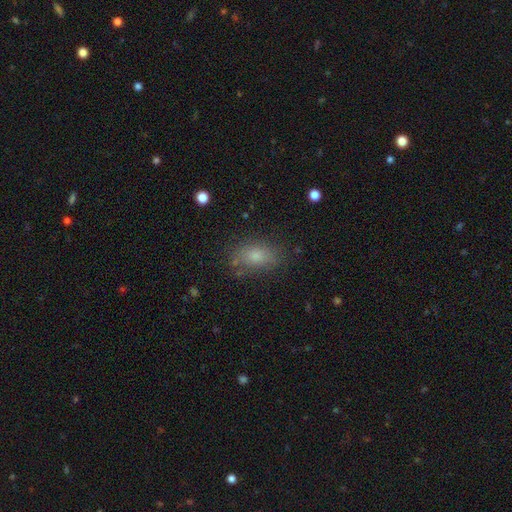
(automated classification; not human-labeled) smooth_or_featured: smooth (p=0.76) [alt: star or artifact p=0.12]
how_rounded: in between (p=0.84) [alt: round p=0.13]
merging: none (p=0.76) [alt: minor disturbance p=0.15]